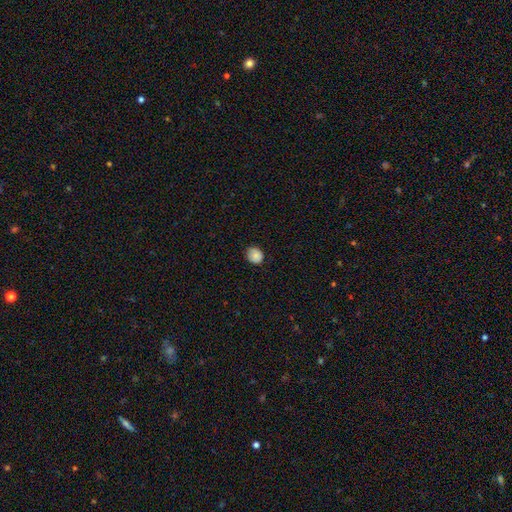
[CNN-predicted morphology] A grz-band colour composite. It shows a smooth galaxy with no disk features (86%) that is round (70%). Merging: none (80%).